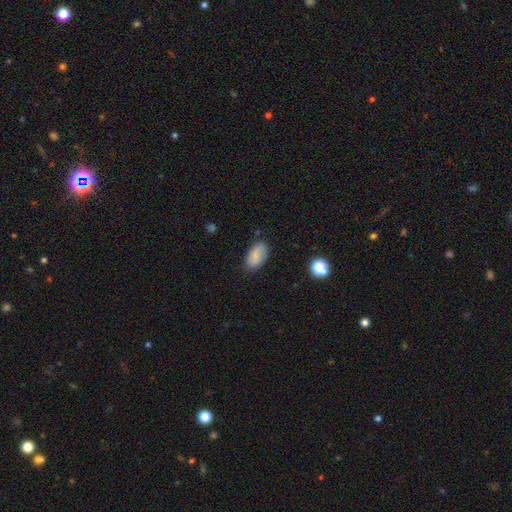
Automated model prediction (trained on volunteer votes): smooth-or-featured: smooth: 81% | featured or disk: 10% | star or artifact: 8%
  how-rounded: in between: 93% | round: 4% | cigar-shaped: 3%
  merging: none: 79% | minor disturbance: 16% | major disturbance: 3% | merger: 2%